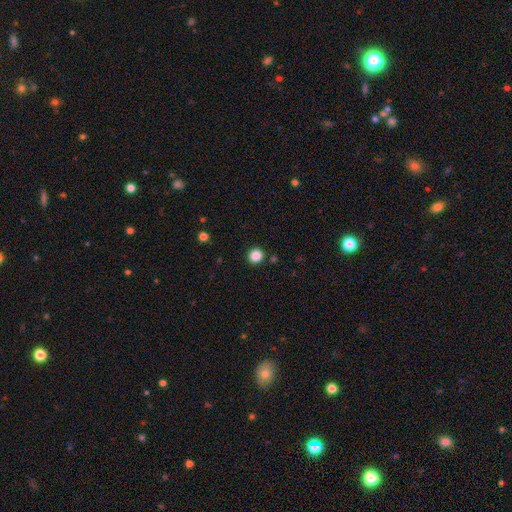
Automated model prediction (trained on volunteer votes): Smooth or featured: smooth — 86% (star or artifact — 11%)
How rounded: round — 93% (in between — 6%)
Merging: none — 91% (minor disturbance — 5%)